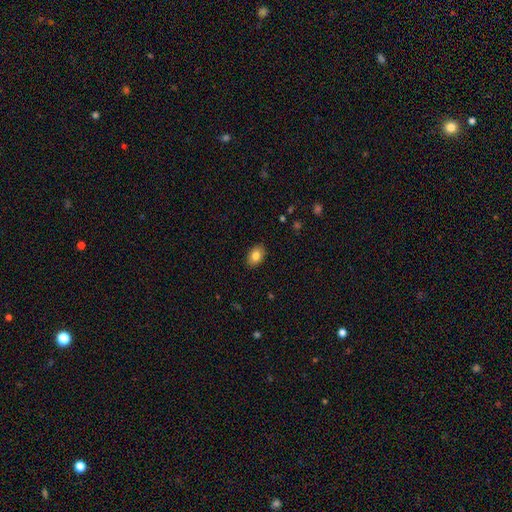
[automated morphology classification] A smooth galaxy with no disk features (83%) that is in between round and cigar-shaped (80%). Merging: none (88%).